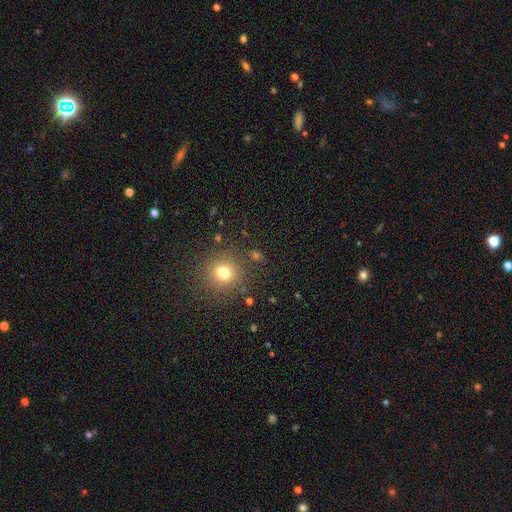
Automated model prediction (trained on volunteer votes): smooth_or_featured: smooth (p=0.65) [alt: star or artifact p=0.28]
how_rounded: round (p=0.91) [alt: in between p=0.08]
merging: none (p=0.87) [alt: minor disturbance p=0.07]